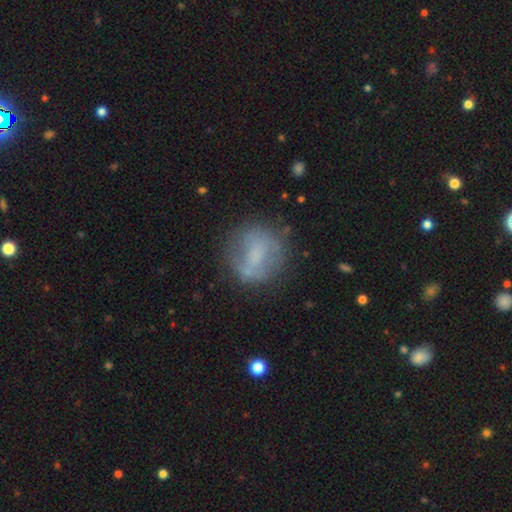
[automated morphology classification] Smooth or featured? Predicted: smooth (p=0.50). How rounded? Predicted: round (p=0.75). Merging? Predicted: none (p=0.67).